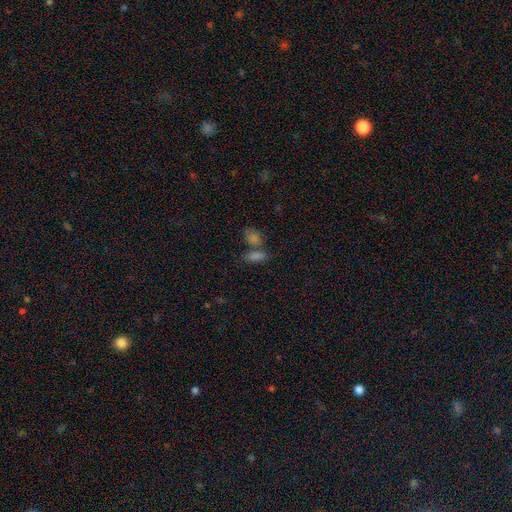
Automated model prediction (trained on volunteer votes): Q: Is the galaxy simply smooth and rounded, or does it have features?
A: smooth — 75%.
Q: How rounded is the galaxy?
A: in between — 67%.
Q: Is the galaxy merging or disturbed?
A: none — 51%.